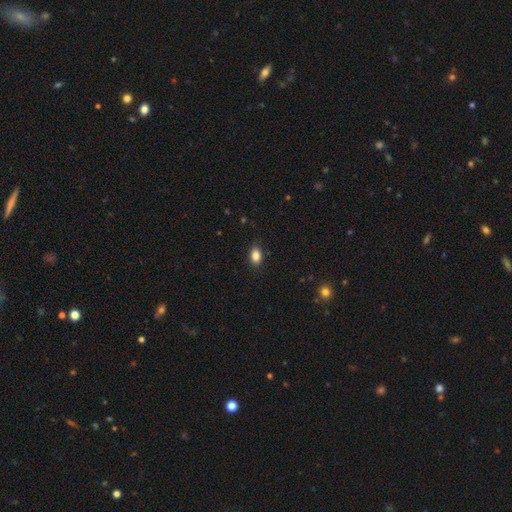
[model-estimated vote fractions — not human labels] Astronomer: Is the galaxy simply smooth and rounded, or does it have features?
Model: smooth — 86%.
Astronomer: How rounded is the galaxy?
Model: in between — 83%.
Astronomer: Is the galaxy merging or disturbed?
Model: none — 87%.